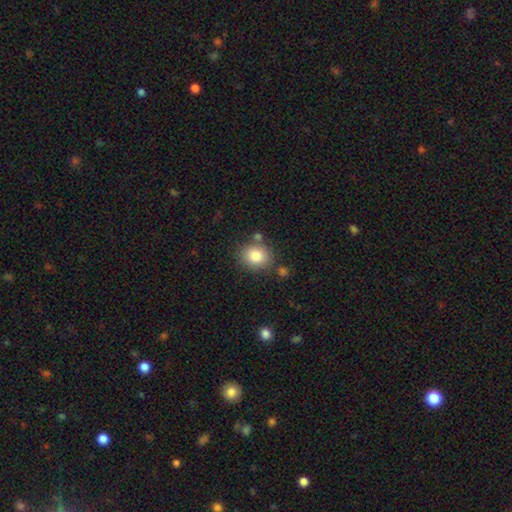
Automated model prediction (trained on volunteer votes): Smooth or featured? smooth (83%)
How rounded? round (67%)
Merging? none (76%)